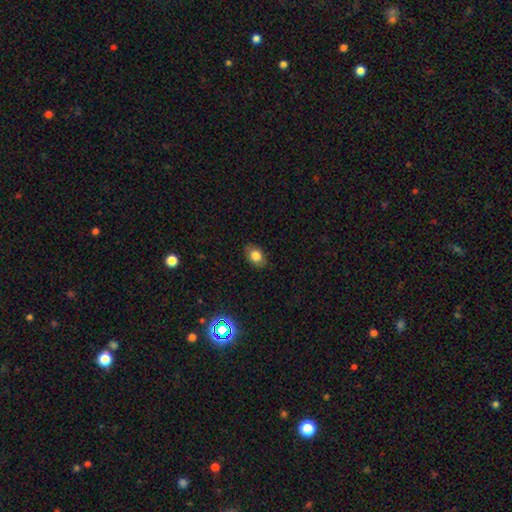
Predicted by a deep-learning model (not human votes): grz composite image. It shows a smooth galaxy with no disk features (80%) that is in between round and cigar-shaped (73%). Merging: none (82%).